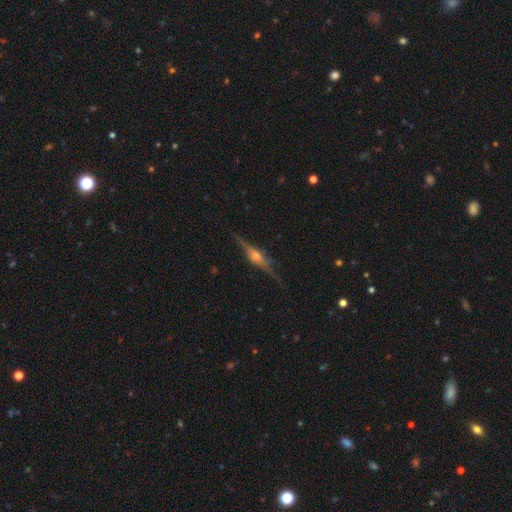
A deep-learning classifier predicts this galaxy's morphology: Smooth or featured? Predicted: featured or disk (p=0.80). Edge-on disk? Predicted: yes (p=0.97). Edge-on bulge? Predicted: rounded (p=0.84). Merging? Predicted: none (p=0.83).